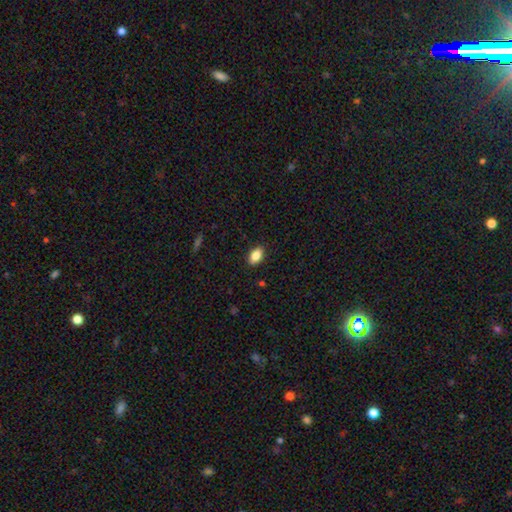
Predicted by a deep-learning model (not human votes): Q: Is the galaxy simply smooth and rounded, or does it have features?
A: smooth — 84%.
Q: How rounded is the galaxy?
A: in between — 89%.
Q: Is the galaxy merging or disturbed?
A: none — 89%.